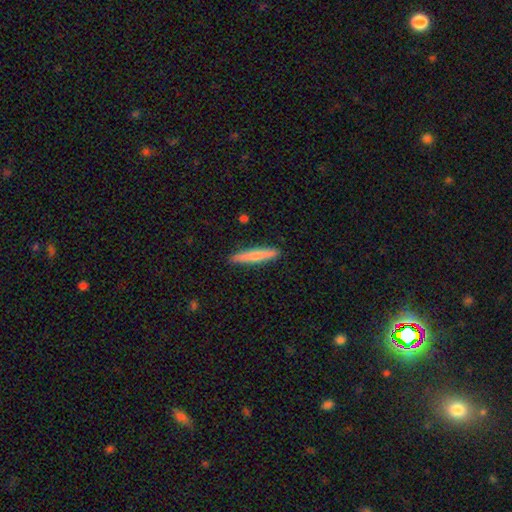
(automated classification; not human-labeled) A smooth galaxy with no disk features (71%) that is cigar-shaped (92%). Merging: none (90%).